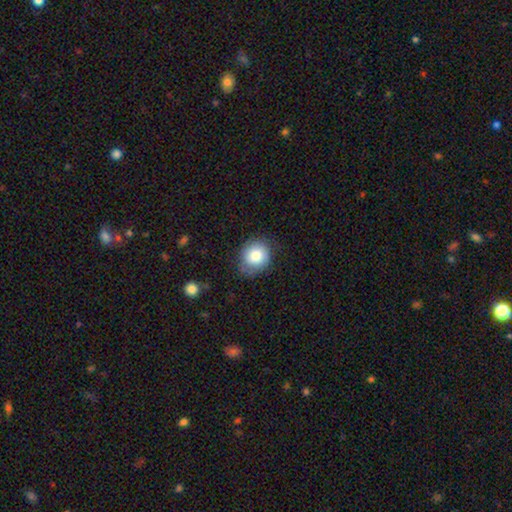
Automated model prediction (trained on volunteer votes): Morphology: type=smooth (79%); roundness=round (77%); merging=none (68%).